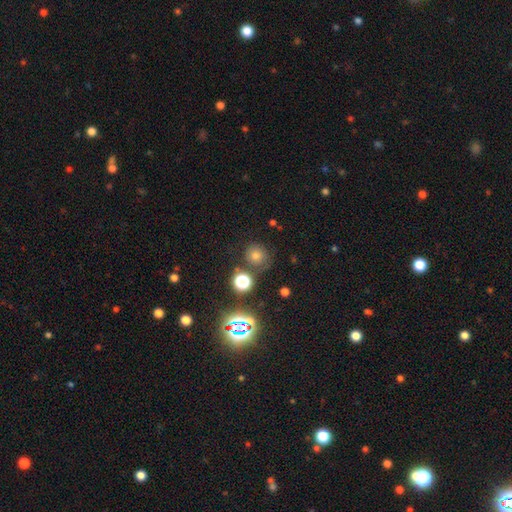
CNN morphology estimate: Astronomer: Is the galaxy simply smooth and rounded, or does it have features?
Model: smooth — 61%.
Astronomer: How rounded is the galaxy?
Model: round — 89%.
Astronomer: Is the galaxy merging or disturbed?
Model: none — 78%.